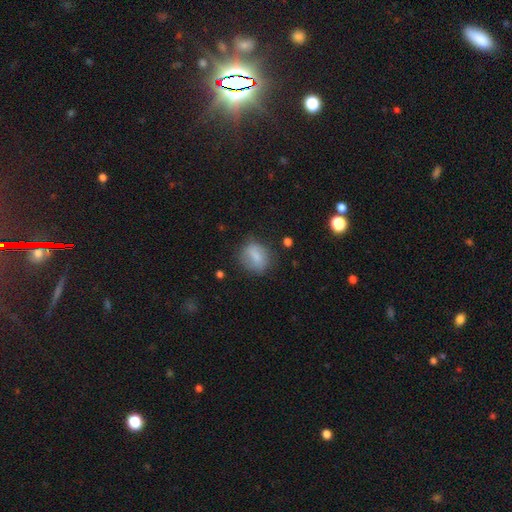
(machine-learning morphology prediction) A smooth galaxy with no disk features (75%) that is in between round and cigar-shaped (50%). Merging: none (68%).